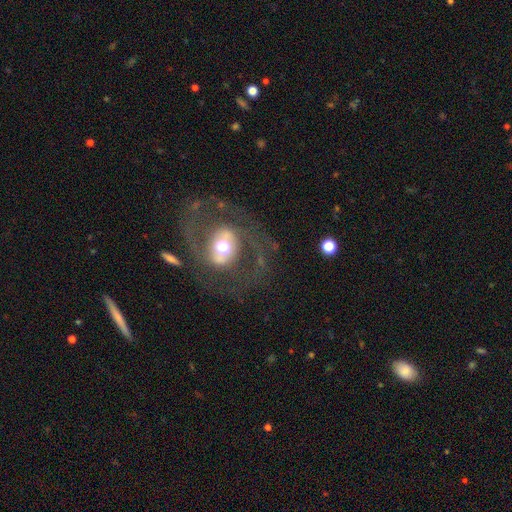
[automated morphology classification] featured or disk 79%, smooth 12%, star or artifact 9%. Down the decision tree: edge-on disk — no (95%); bar — no (41%); spiral arms — yes (74%); spiral arm count — 2 (76%); spiral winding — medium (44%); bulge size — moderate (62%); merging — none (75%).